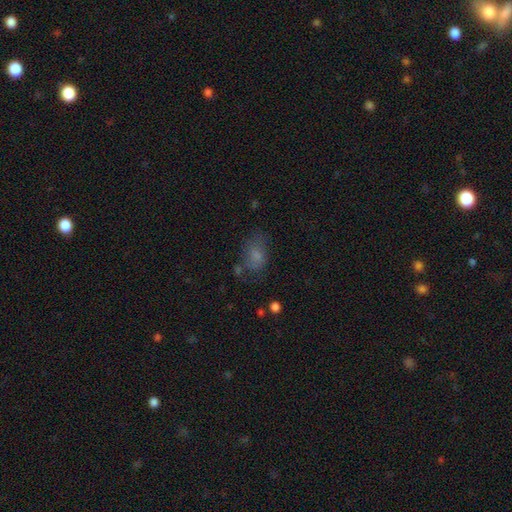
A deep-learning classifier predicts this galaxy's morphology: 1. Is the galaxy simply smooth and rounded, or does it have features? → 68% smooth, 17% featured or disk, 15% star or artifact.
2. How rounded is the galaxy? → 80% in between, 18% round, 2% cigar-shaped.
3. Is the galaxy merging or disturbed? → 53% none, 24% minor disturbance, 16% major disturbance, 7% merger.